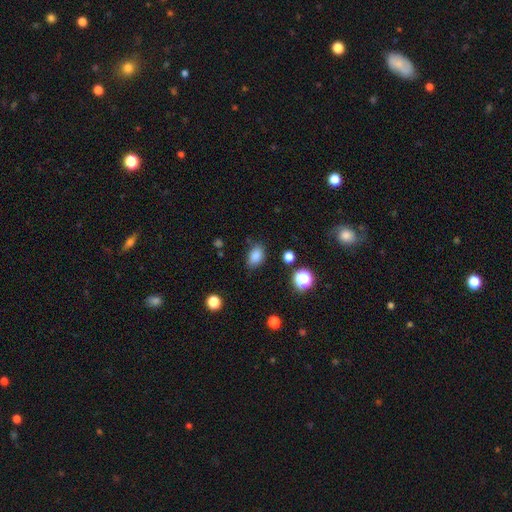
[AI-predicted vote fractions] smooth-or-featured: smooth: 83% | star or artifact: 12% | featured or disk: 5%
  how-rounded: in between: 80% | round: 19% | cigar-shaped: 1%
  merging: none: 78% | minor disturbance: 16% | major disturbance: 4% | merger: 3%